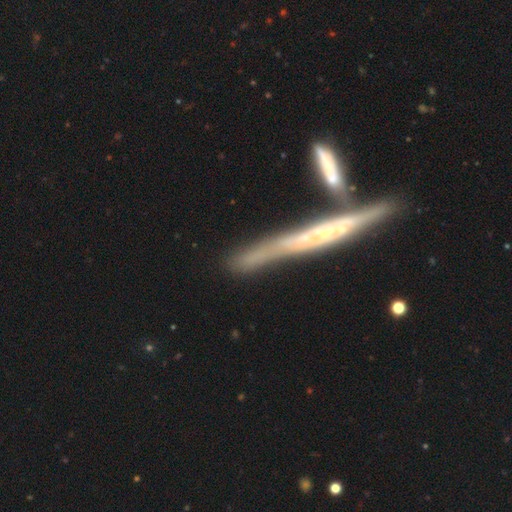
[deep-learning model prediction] smooth_or_featured: featured or disk (p=0.67) [alt: smooth p=0.24]
disk_edge_on: yes (p=0.87) [alt: no p=0.13]
edge_on_bulge: none (p=0.60) [alt: rounded p=0.26]
merging: none (p=0.55) [alt: merger p=0.22]